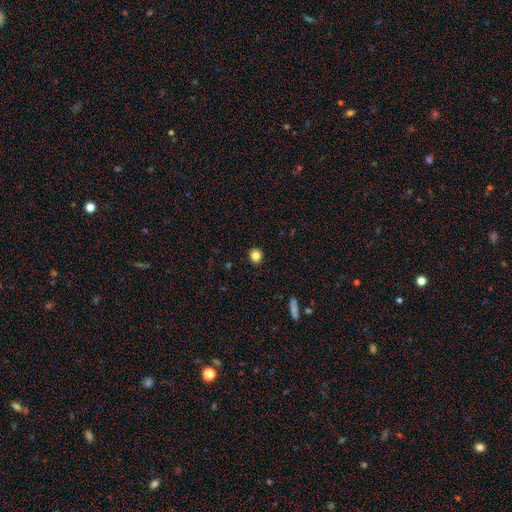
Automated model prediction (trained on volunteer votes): This appears to be a smooth galaxy with no disk features (83%) that is round (86%). Merging: none (92%).